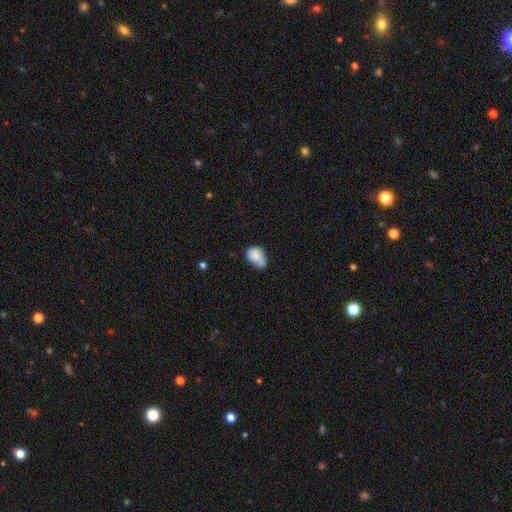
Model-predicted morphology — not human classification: This is likely a smooth galaxy (77%). How rounded: likely in between (76%). Merging: marginally minor disturbance (40%).